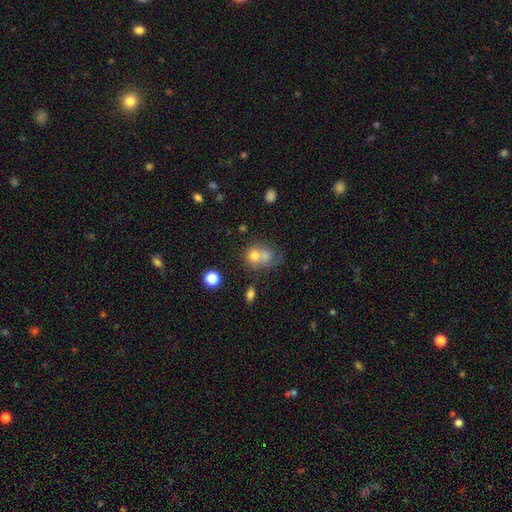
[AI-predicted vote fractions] Morphology: type=smooth (69%); roundness=round (66%); merging=merger (57%).